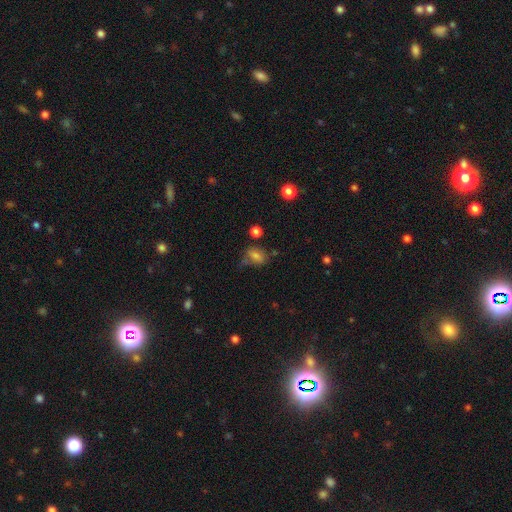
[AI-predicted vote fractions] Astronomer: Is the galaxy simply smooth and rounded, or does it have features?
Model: smooth — 75%.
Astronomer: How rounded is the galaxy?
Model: in between — 69%.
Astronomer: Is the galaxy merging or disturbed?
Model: none — 59%.